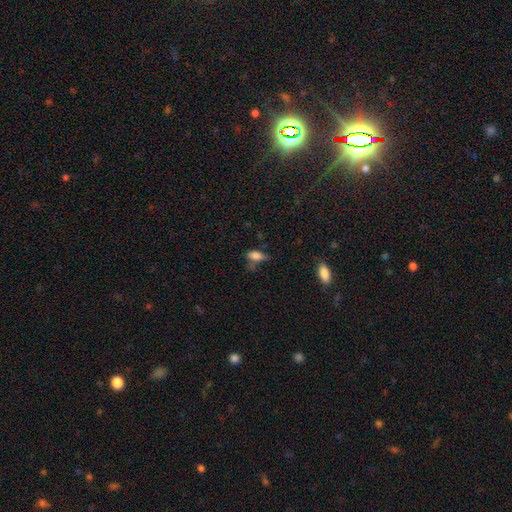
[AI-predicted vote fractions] smooth_or_featured: smooth (p=0.76) [alt: star or artifact p=0.12]
how_rounded: in between (p=0.81) [alt: cigar-shaped p=0.13]
merging: none (p=0.40) [alt: minor disturbance p=0.32]